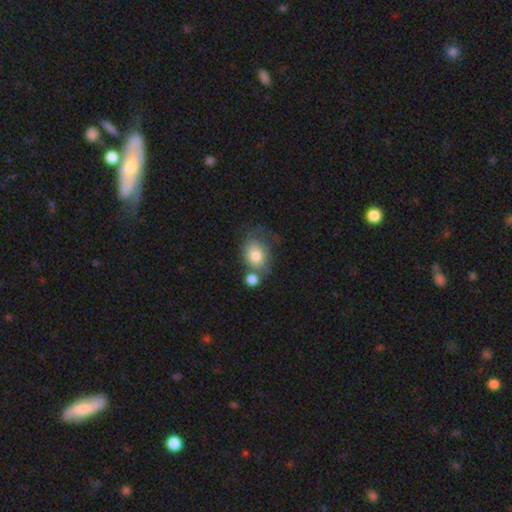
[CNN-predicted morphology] smooth-or-featured: smooth: 74% | featured or disk: 18% | star or artifact: 8%
  how-rounded: in between: 52% | round: 47% | cigar-shaped: 1%
  merging: none: 36% | merger: 30% | minor disturbance: 20% | major disturbance: 14%